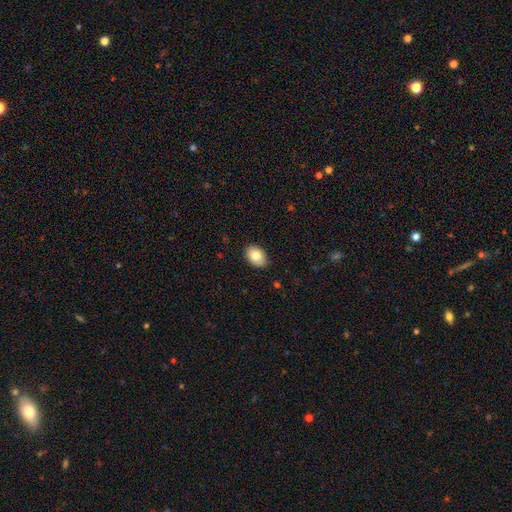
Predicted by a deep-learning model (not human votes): This appears to be a smooth galaxy with no disk features (83%) that is in between round and cigar-shaped (83%). Merging: none (88%).